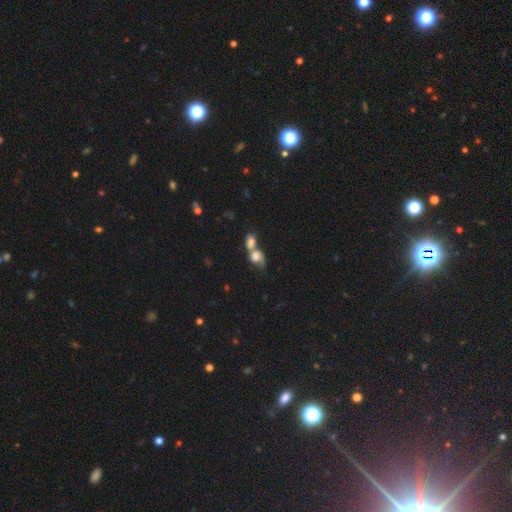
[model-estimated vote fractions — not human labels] Smooth or featured? smooth (62%)
How rounded? round (54%)
Merging? merger (72%)